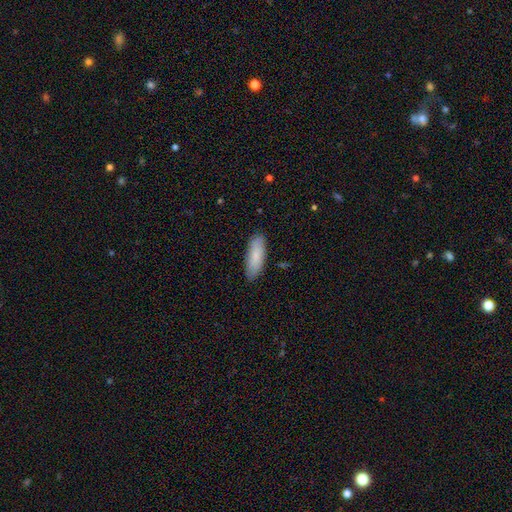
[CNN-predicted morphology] Smooth or featured? Predicted: smooth (p=0.82). How rounded? Predicted: in between (p=0.63). Merging? Predicted: none (p=0.85).